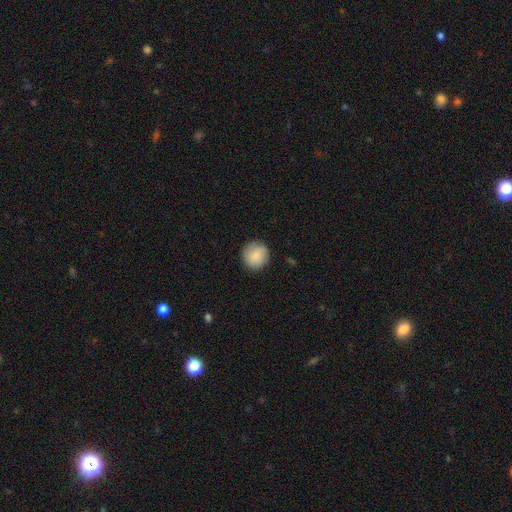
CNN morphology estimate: The model was most divided on "merging": none: 87%, minor disturbance: 9%, major disturbance: 2%, merger: 1%. More confident: how rounded — round (92%); smooth or featured — smooth (87%).